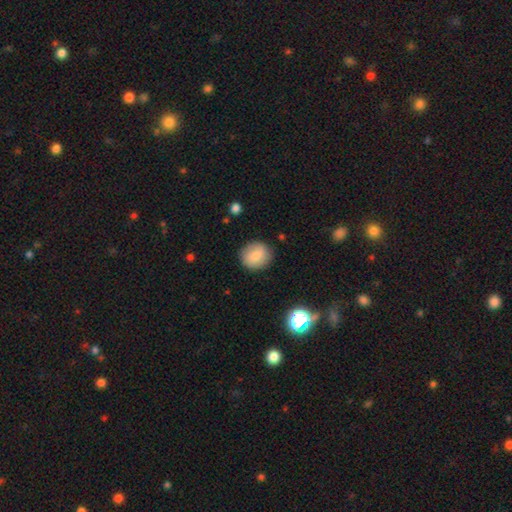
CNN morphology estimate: smooth_or_featured: smooth (p=0.78) [alt: featured or disk p=0.13]
how_rounded: round (p=0.83) [alt: in between p=0.16]
merging: none (p=0.85) [alt: minor disturbance p=0.11]